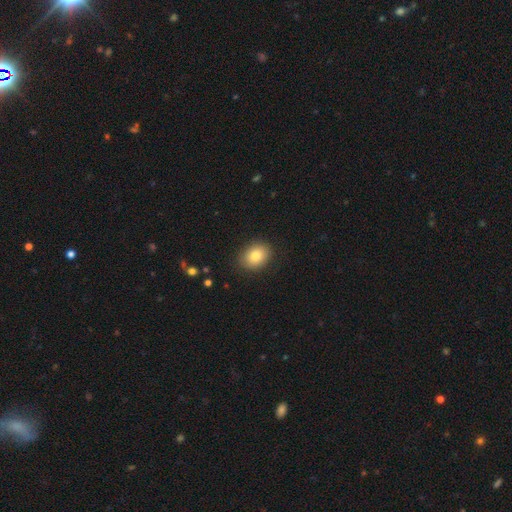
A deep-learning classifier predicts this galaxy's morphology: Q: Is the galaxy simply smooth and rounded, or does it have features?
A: smooth — 81%.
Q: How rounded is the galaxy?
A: in between — 59%.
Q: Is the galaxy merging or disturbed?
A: none — 87%.